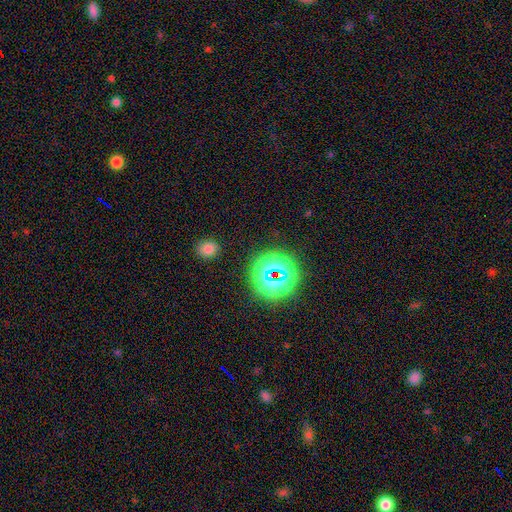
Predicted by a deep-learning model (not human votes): Smooth or featured?
  - star or artifact: 77% *
  - smooth: 16%
  - featured or disk: 7%